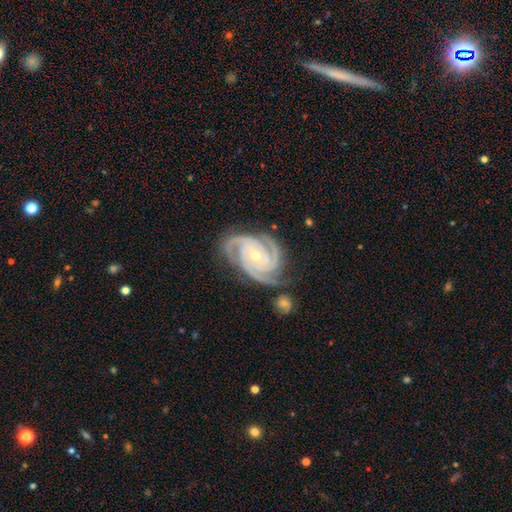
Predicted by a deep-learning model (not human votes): Smooth or featured?
  - featured or disk: 93% *
  - star or artifact: 4%
  - smooth: 3%
Edge-on disk?
  - no: 98% *
  - yes: 2%
Bar?
  - no: 61% *
  - weak: 24%
  - strong: 14%
Spiral arms?
  - yes: 99% *
  - no: 1%
Spiral winding?
  - tight: 74% *
  - medium: 23%
  - loose: 2%
Spiral arm count?
  - 3: 61% *
  - 4: 22%
  - 2: 8%
  - can't tell: 4%
  - more than 4: 3%
  - 1: 3%
Bulge size?
  - small: 64% *
  - moderate: 34%
  - large: 1%
  - none: 1%
  - dominant: 1%
Merging?
  - none: 70% *
  - minor disturbance: 20%
  - major disturbance: 6%
  - merger: 5%